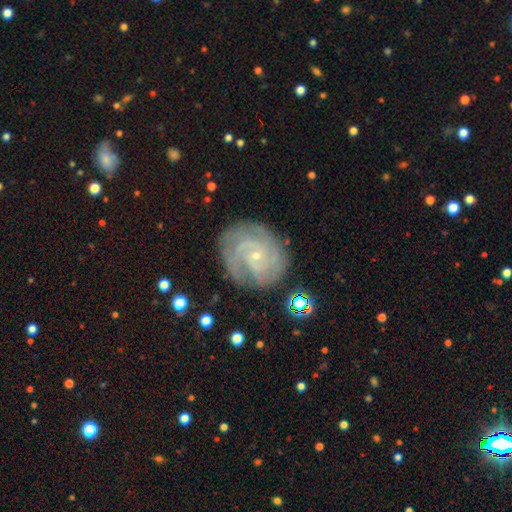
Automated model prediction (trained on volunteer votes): This is clearly a featured or disk galaxy (84%). It is clearly not viewed edge-on (98%). Bar: likely no (70%). Spiral arm pattern: clearly yes (96%). Spiral arm count: marginally 2 (33%). Spiral winding: likely tight (66%). Central bulge: clearly small (86%). Merging: likely none (77%).